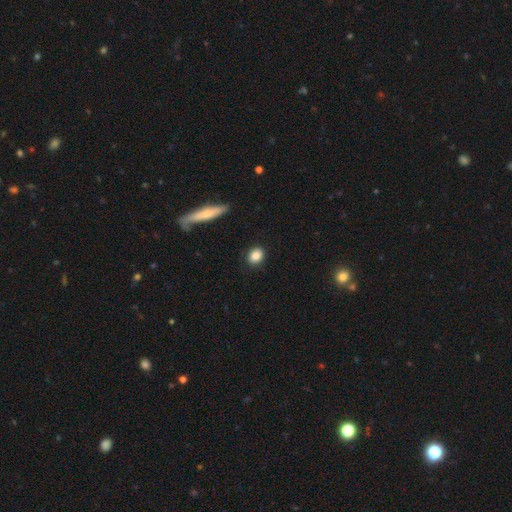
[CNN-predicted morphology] smooth 85%, star or artifact 8%, featured or disk 7%. Down the decision tree: how rounded — round (56%); merging — none (88%).